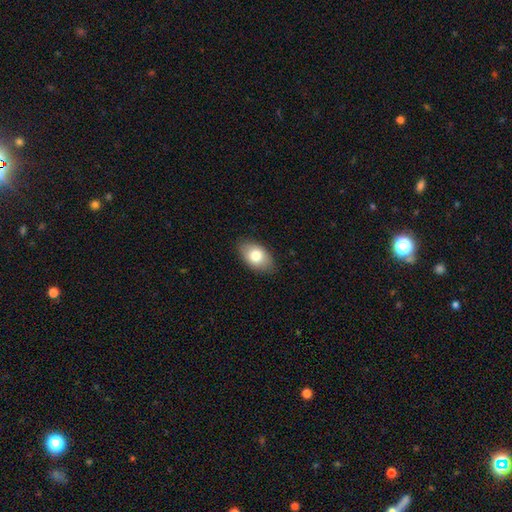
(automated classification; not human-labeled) This is likely a smooth galaxy (78%). How rounded: clearly in between (90%). Merging: clearly none (85%).